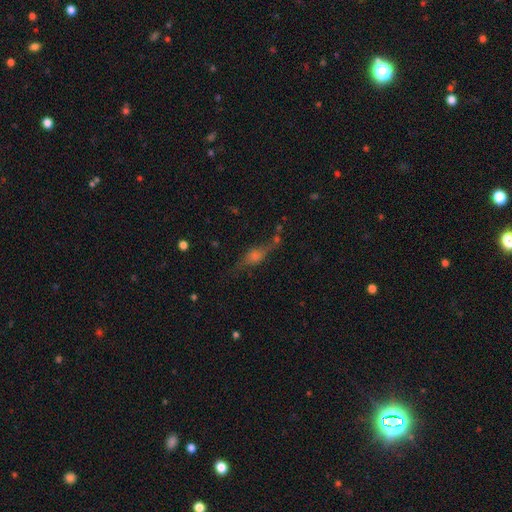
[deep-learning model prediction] Overall: featured or disk (56%; smooth 26%). Edge-on disk: yes (72%). Merging: none (59%; minor disturbance 20%).